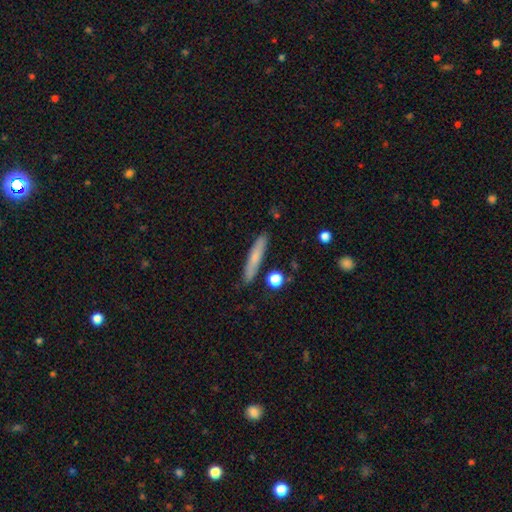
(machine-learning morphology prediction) smooth 67%, featured or disk 26%, star or artifact 7%. Down the decision tree: how rounded — cigar-shaped (93%); merging — none (86%).